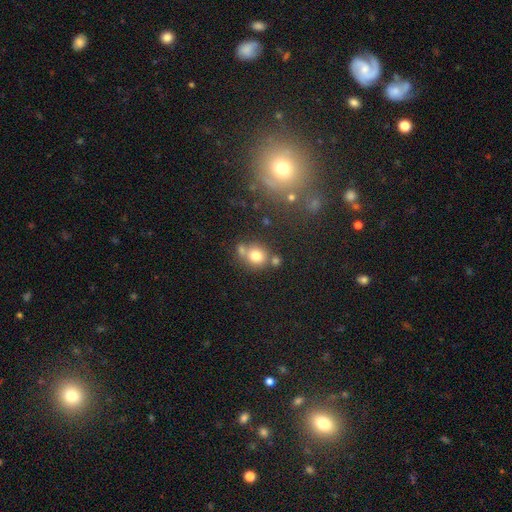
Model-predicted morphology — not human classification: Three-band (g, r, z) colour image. It shows a smooth galaxy with no disk features (76%) that is round (77%). Merging: none (57%).